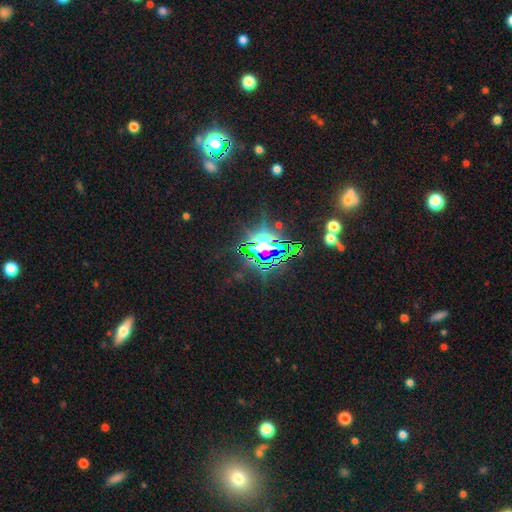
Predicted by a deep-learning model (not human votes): This is clearly a star or artifact rather than a galaxy (82%).